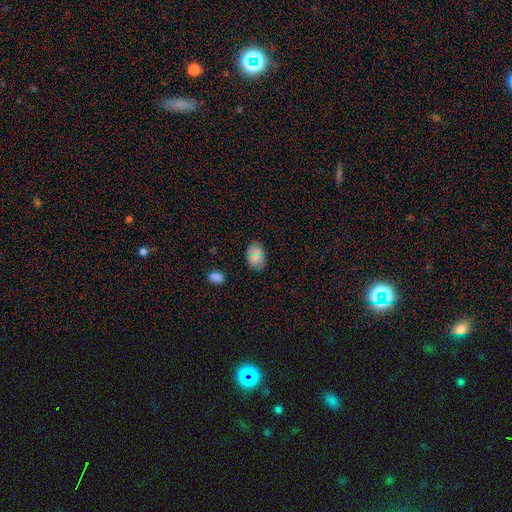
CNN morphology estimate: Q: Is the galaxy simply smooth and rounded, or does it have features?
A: smooth — 78%.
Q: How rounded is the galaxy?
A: in between — 83%.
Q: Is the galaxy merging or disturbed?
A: none — 79%.